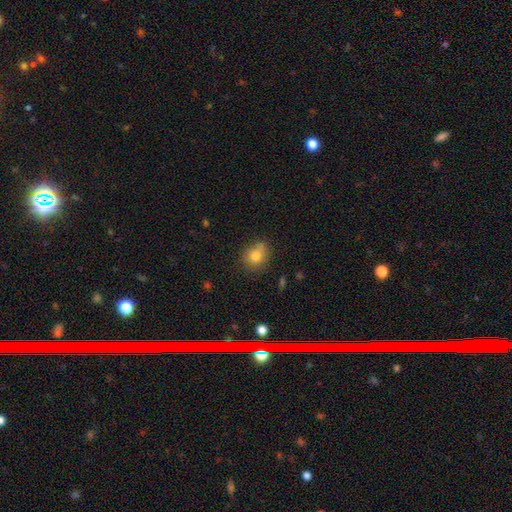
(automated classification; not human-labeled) Q: Smooth or featured?
A: smooth (79%); runner-up: featured or disk (11%)
Q: How rounded?
A: round (64%); runner-up: in between (35%)
Q: Merging?
A: none (63%); runner-up: minor disturbance (25%)